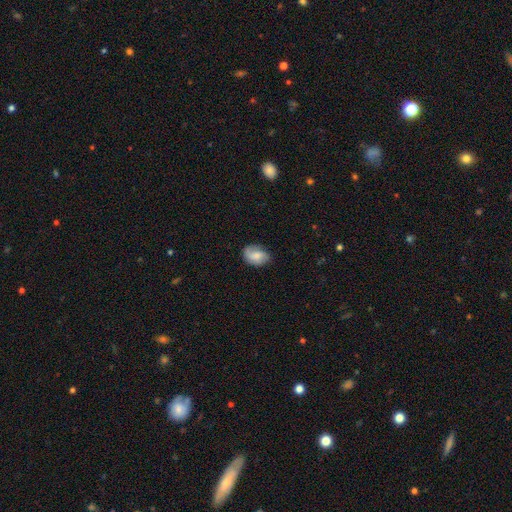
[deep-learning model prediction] This is possibly a smooth galaxy (54%). How rounded: likely in between (76%). Merging: likely none (69%).